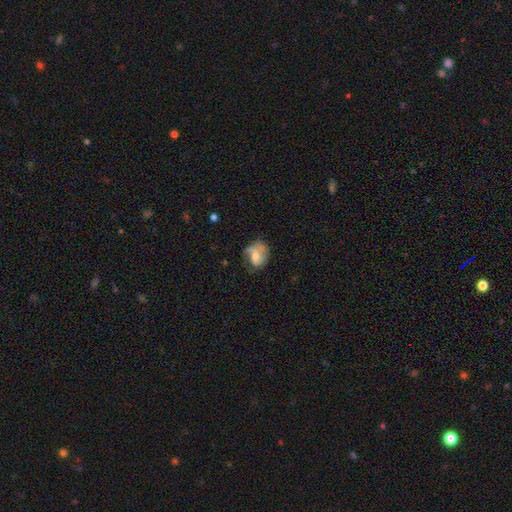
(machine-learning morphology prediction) This is possibly a smooth galaxy (49%). Merging: marginally none (42%).